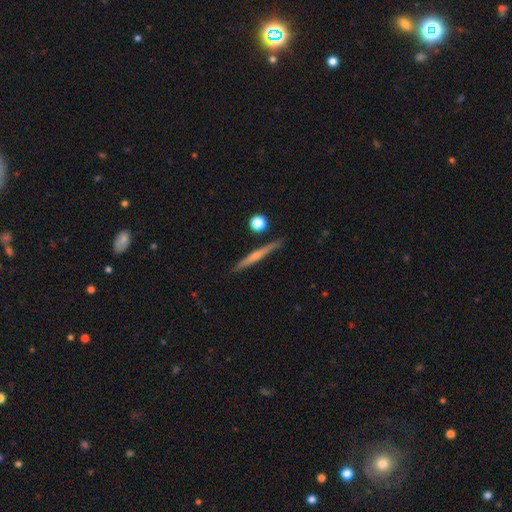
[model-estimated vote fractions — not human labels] Smooth or featured: featured or disk — 54% (smooth — 40%)
Edge-on disk: yes — 97% (no — 3%)
Edge-on bulge: rounded — 50% (none — 43%)
Merging: none — 88% (minor disturbance — 8%)